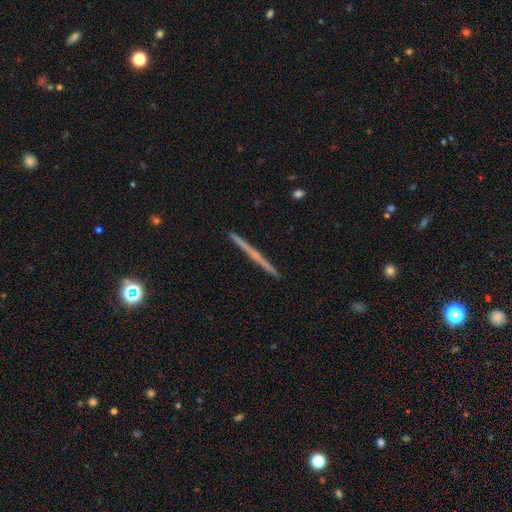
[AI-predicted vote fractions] Smooth or featured? Predicted: featured or disk (p=0.58). Edge-on disk? Predicted: yes (p=0.98). Edge-on bulge? Predicted: none (p=0.87). Merging? Predicted: none (p=0.93).